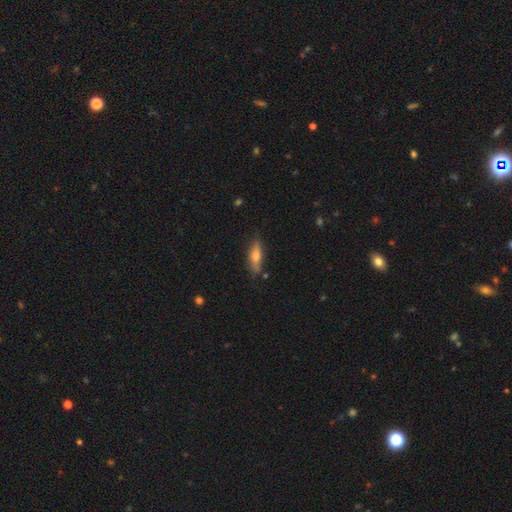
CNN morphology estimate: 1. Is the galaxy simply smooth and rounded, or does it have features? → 60% smooth, 33% featured or disk, 7% star or artifact.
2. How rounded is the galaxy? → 57% cigar-shaped, 40% in between, 3% round.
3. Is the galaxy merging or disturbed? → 81% none, 14% minor disturbance, 3% major disturbance, 2% merger.